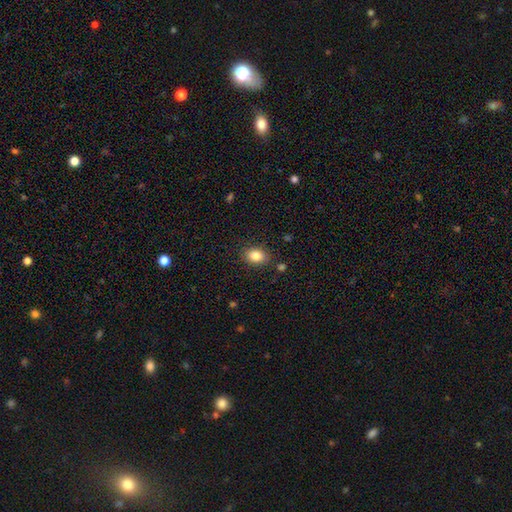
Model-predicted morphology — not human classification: type=smooth (85%); roundness=in between (74%); merging=none (85%).